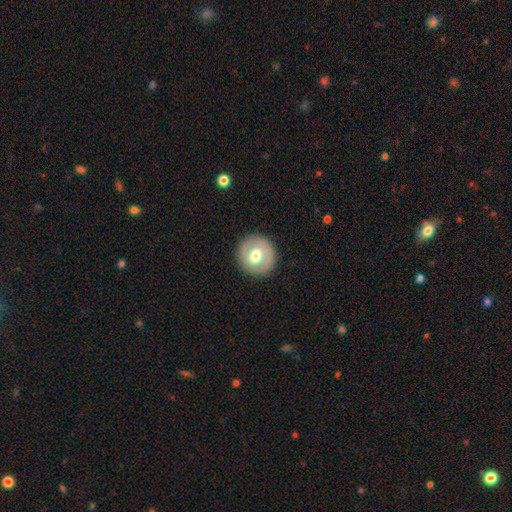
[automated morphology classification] This appears to be a smooth galaxy with no disk features (61%) that is round (93%). Merging: none (90%).